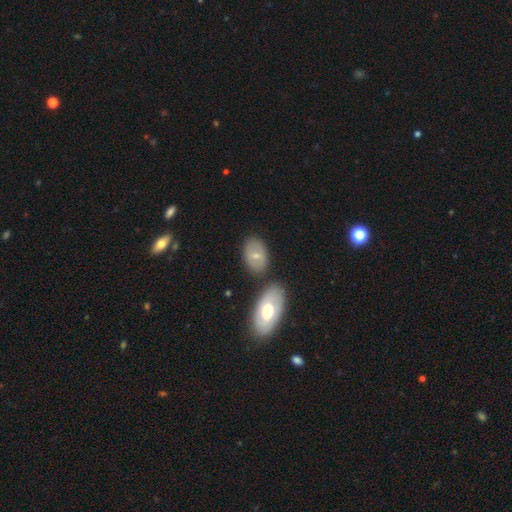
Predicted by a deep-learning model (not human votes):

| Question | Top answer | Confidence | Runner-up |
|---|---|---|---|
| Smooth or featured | smooth | 62% | featured or disk (31%) |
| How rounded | in between | 88% | round (11%) |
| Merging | none | 69% | minor disturbance (14%) |